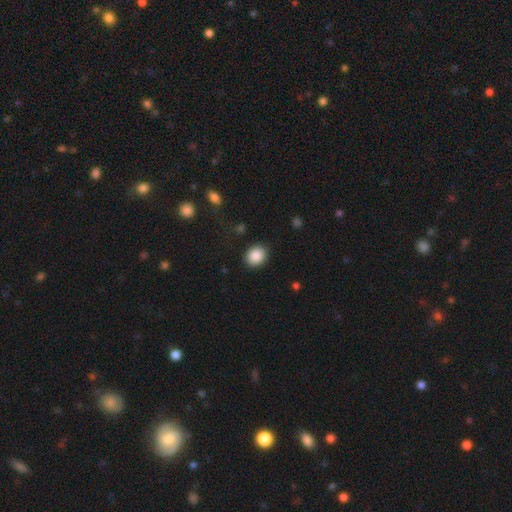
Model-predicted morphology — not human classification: Q: Smooth or featured?
A: smooth (88%); runner-up: star or artifact (8%)
Q: How rounded?
A: round (57%); runner-up: in between (42%)
Q: Merging?
A: none (88%); runner-up: minor disturbance (8%)